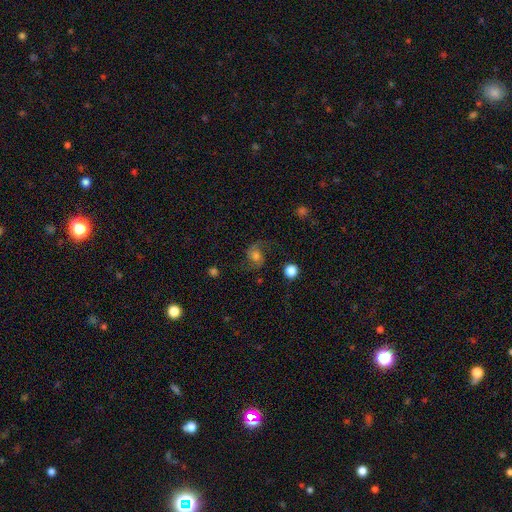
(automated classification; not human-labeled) A featured or disk galaxy (65%) with no bar (68%), 2 (87%) loose (61%) spiral arms (93%) and a moderate central bulge (56%). Merging: none (67%).